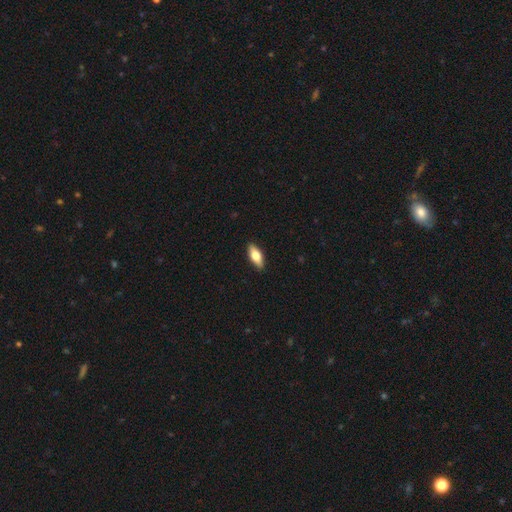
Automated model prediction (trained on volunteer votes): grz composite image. It shows a smooth galaxy with no disk features (70%) that is in between round and cigar-shaped (78%). Merging: none (89%).